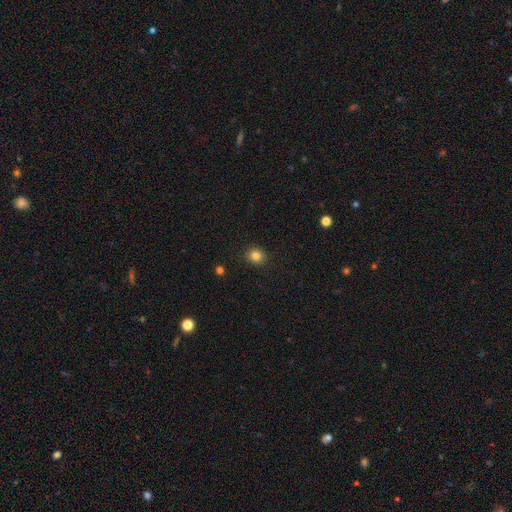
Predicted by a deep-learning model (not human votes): Q: Smooth or featured?
A: smooth (82%); runner-up: star or artifact (12%)
Q: How rounded?
A: round (83%); runner-up: in between (16%)
Q: Merging?
A: none (90%); runner-up: minor disturbance (7%)